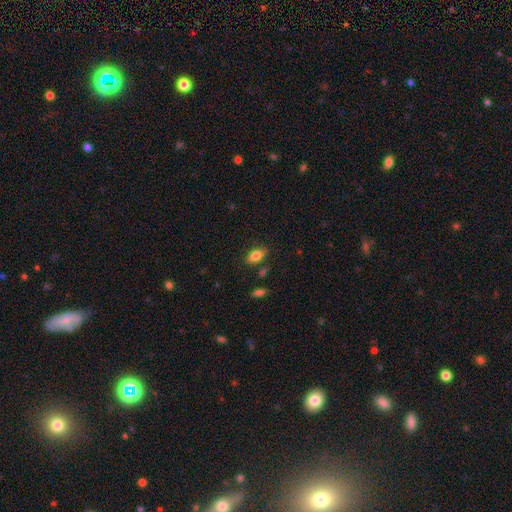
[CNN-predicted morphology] Smooth or featured? smooth (83%)
How rounded? in between (89%)
Merging? none (82%)